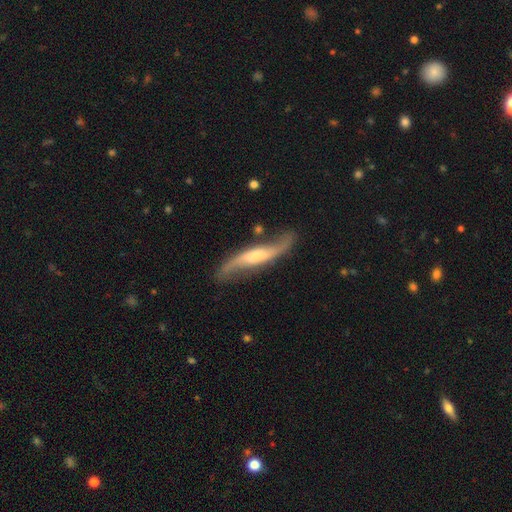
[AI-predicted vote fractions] Smooth or featured? Predicted: featured or disk (p=0.84). Edge-on disk? Predicted: no (p=0.70). Bar? Predicted: no (p=0.37). Spiral arms? Predicted: yes (p=0.95). Spiral winding? Predicted: loose (p=0.80). Spiral arm count? Predicted: 2 (p=0.93). Bulge size? Predicted: moderate (p=0.48). Merging? Predicted: none (p=0.74).